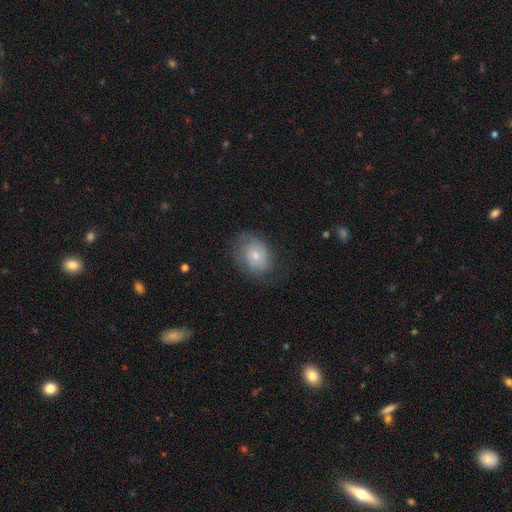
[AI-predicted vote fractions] Smooth or featured? Predicted: smooth (p=0.62). How rounded? Predicted: in between (p=0.57). Merging? Predicted: none (p=0.63).